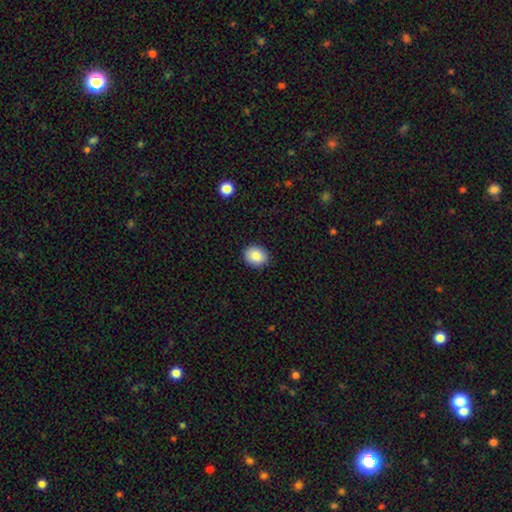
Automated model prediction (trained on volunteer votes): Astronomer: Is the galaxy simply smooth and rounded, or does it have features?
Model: smooth — 85%.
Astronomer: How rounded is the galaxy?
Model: round — 65%.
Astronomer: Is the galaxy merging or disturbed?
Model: none — 90%.